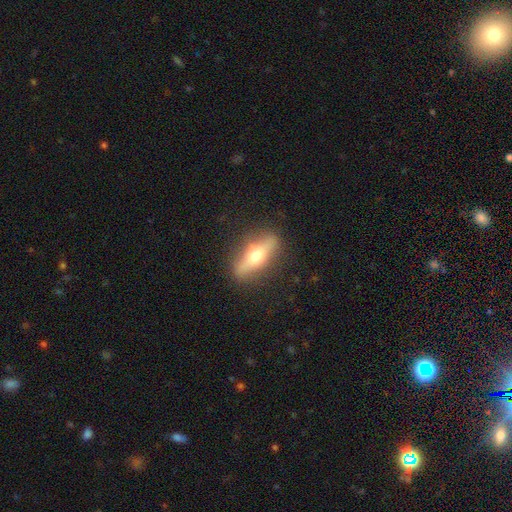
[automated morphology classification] Smooth or featured? Predicted: featured or disk (p=0.55). Edge-on disk? Predicted: yes (p=0.82). Merging? Predicted: none (p=0.85).